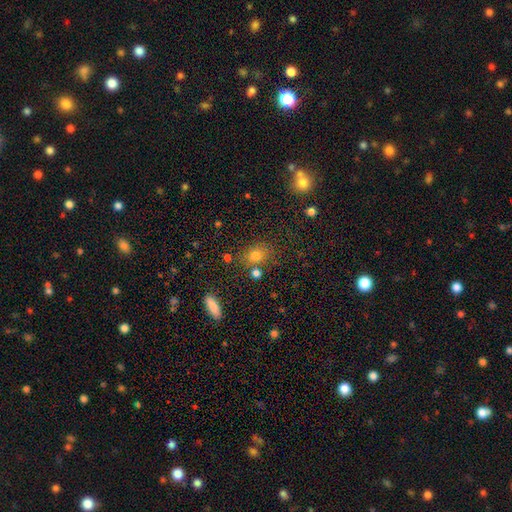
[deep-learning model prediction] Q: Smooth or featured?
A: smooth (75%); runner-up: star or artifact (16%)
Q: How rounded?
A: round (56%); runner-up: in between (42%)
Q: Merging?
A: none (73%); runner-up: minor disturbance (12%)